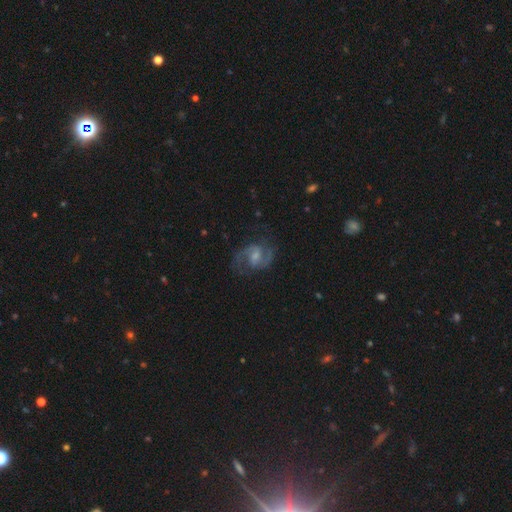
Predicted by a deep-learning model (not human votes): featured or disk 86%, smooth 8%, star or artifact 6%. Down the decision tree: edge-on disk — no (98%); bar — weak (57%); spiral arms — yes (97%); spiral arm count — 2 (91%); spiral winding — medium (60%); bulge size — moderate (38%, tied with small); merging — none (73%).